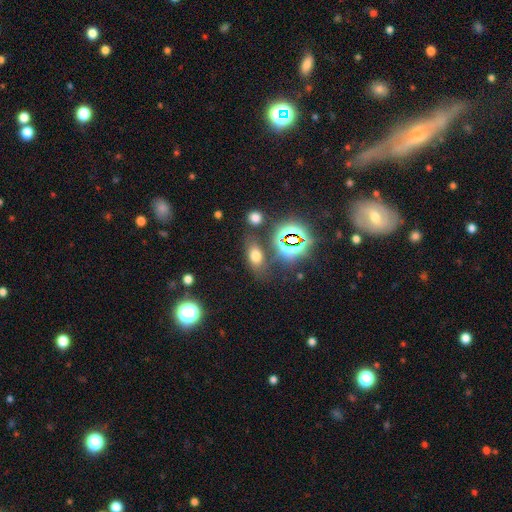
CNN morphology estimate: type=smooth (62%); roundness=in between (79%); merging=none (73%).